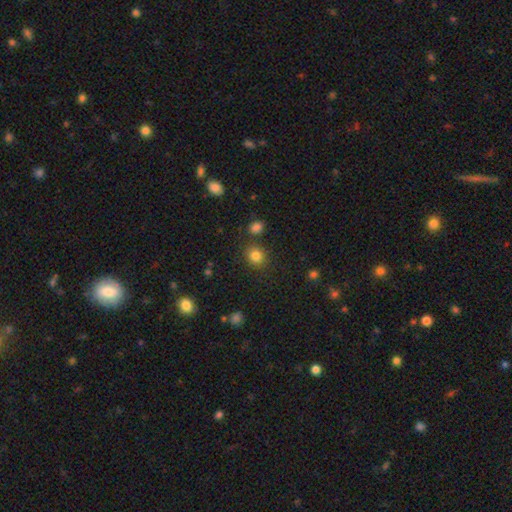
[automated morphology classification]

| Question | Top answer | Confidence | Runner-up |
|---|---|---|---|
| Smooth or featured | smooth | 82% | star or artifact (12%) |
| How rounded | round | 77% | in between (23%) |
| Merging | none | 82% | minor disturbance (9%) |